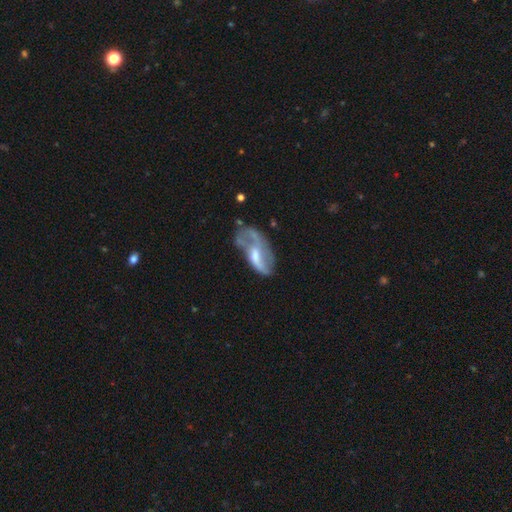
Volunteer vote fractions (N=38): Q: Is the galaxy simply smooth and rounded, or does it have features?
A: featured or disk — 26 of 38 (68%).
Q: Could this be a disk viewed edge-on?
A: no — 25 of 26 (96%).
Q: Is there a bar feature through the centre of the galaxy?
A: weak — 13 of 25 (52%).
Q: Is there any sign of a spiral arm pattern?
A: yes — 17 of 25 (68%).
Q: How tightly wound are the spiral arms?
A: loose — 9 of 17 (53%).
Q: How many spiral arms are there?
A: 2 — 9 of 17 (53%).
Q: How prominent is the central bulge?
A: moderate — 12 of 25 (48%, tied with small).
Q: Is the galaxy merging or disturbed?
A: major disturbance — 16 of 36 (44%).